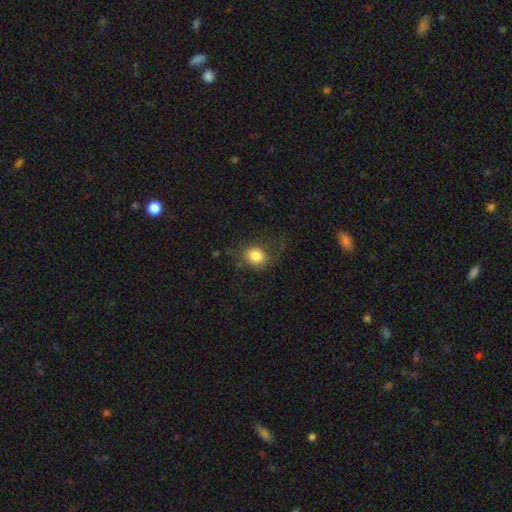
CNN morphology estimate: A smooth galaxy with no disk features (80%) that is round (66%).

Vote fractions:
- Smooth or featured? smooth: 80% / featured or disk: 11% / star or artifact: 9%
- How rounded? round: 66% / in between: 33% / cigar-shaped: 1%
- Merging? none: 55% / minor disturbance: 23% / major disturbance: 20% / merger: 2%